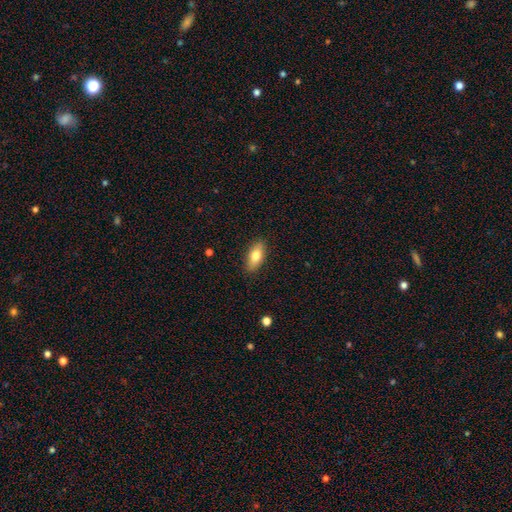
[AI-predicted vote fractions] Morphology: type=smooth (77%); roundness=in between (82%); merging=none (88%).